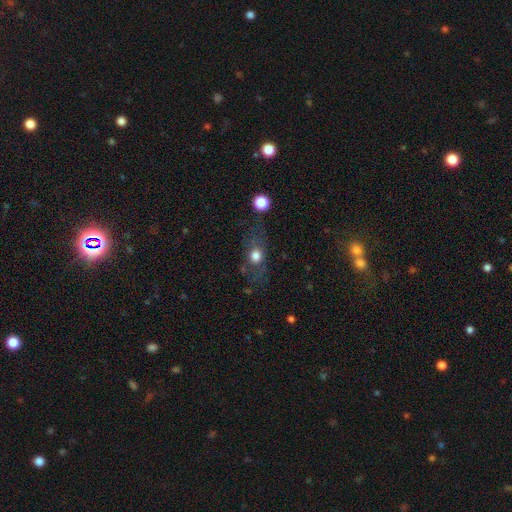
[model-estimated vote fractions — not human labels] Smooth or featured? smooth (64%)
How rounded? round (47%)
Merging? none (64%)